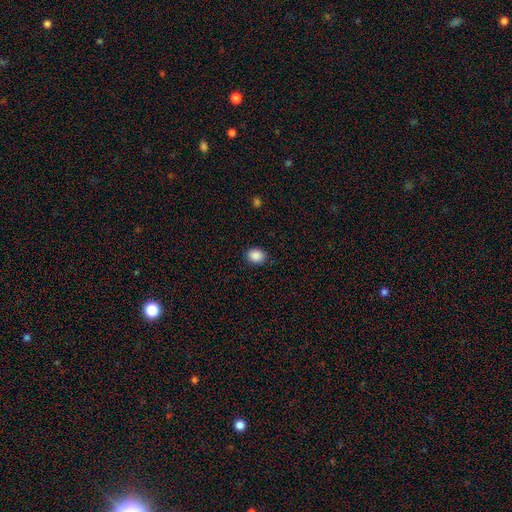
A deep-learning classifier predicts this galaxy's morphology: Smooth or featured?
  - smooth: 88% *
  - star or artifact: 9%
  - featured or disk: 3%
How rounded?
  - round: 57% *
  - in between: 42%
  - cigar-shaped: 1%
Merging?
  - none: 89% *
  - minor disturbance: 8%
  - major disturbance: 2%
  - merger: 1%